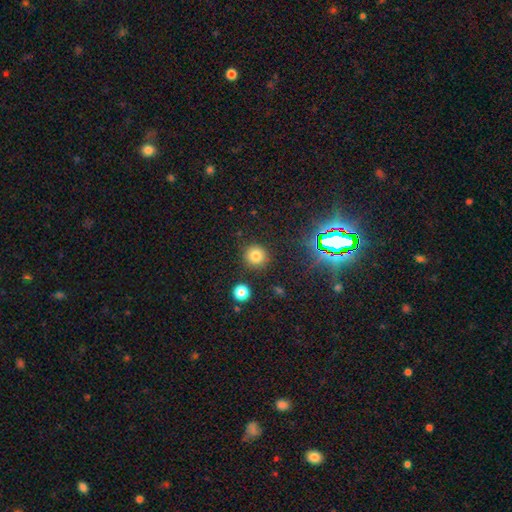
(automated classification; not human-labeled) Smooth or featured: smooth — 77% (star or artifact — 16%)
How rounded: round — 93% (in between — 6%)
Merging: none — 88% (minor disturbance — 7%)